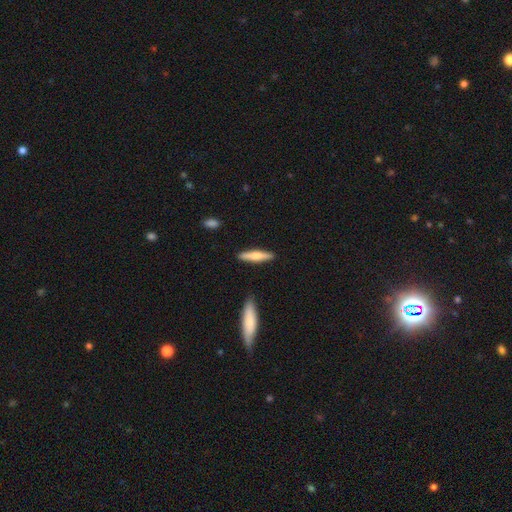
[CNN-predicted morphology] Smooth or featured? smooth (56%)
How rounded? cigar-shaped (84%)
Merging? none (88%)